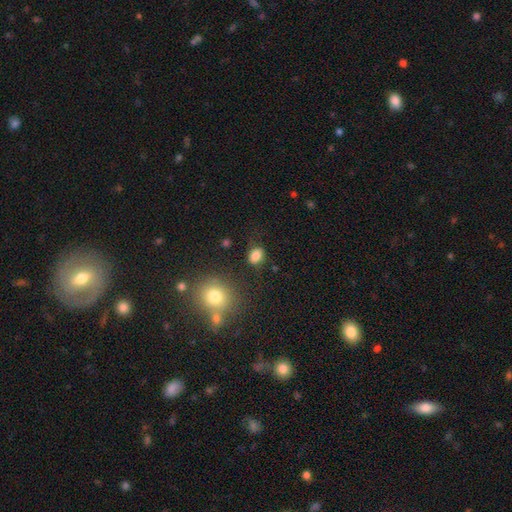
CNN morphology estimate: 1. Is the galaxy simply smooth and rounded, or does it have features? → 82% smooth, 11% star or artifact, 7% featured or disk.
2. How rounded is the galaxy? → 60% in between, 39% round, 1% cigar-shaped.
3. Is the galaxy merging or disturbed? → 74% none, 16% minor disturbance, 6% major disturbance, 4% merger.